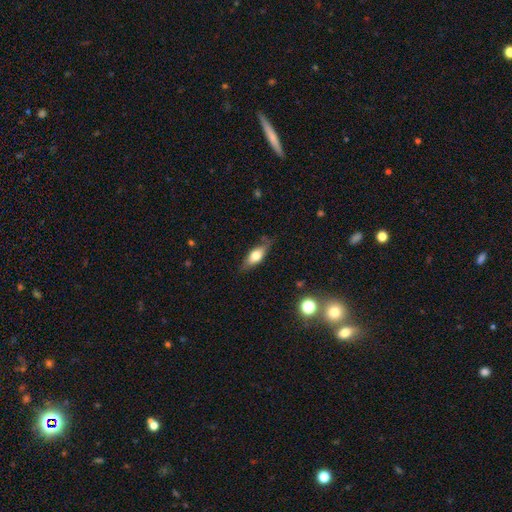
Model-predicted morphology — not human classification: type=smooth (60%); roundness=in between (68%); merging=none (75%).